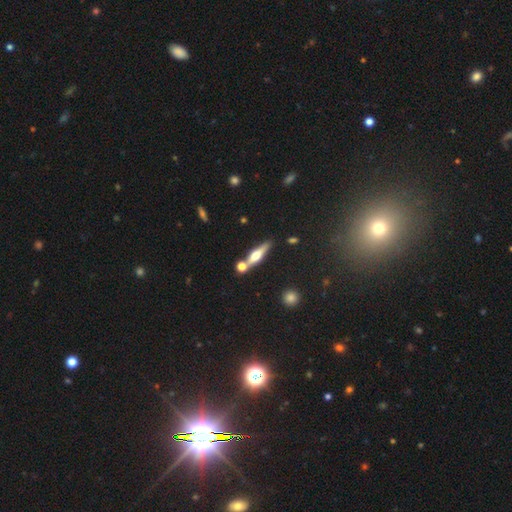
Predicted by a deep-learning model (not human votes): smooth_or_featured: featured or disk (p=0.56) [alt: smooth p=0.36]
disk_edge_on: yes (p=0.93) [alt: no p=0.07]
edge_on_bulge: rounded (p=0.92) [alt: boxy p=0.05]
merging: none (p=0.64) [alt: merger p=0.23]